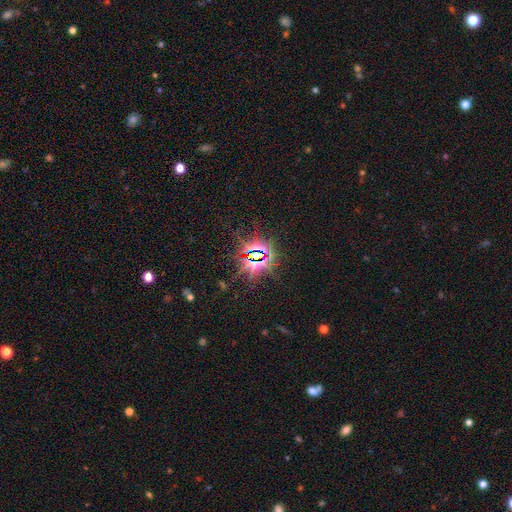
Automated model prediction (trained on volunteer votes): smooth-or-featured: star or artifact: 84% | featured or disk: 8% | smooth: 8%